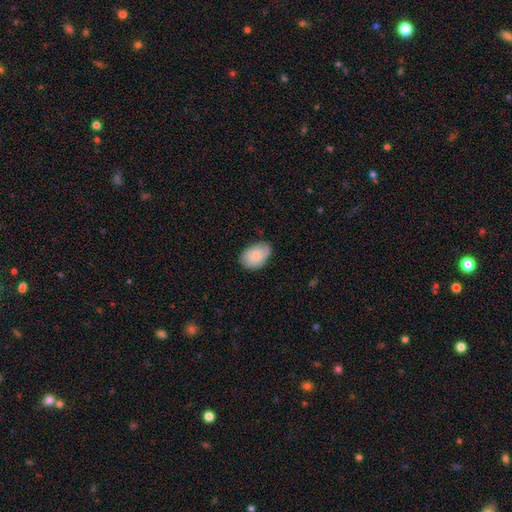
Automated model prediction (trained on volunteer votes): Smooth or featured? smooth (70%)
How rounded? in between (85%)
Merging? none (69%)